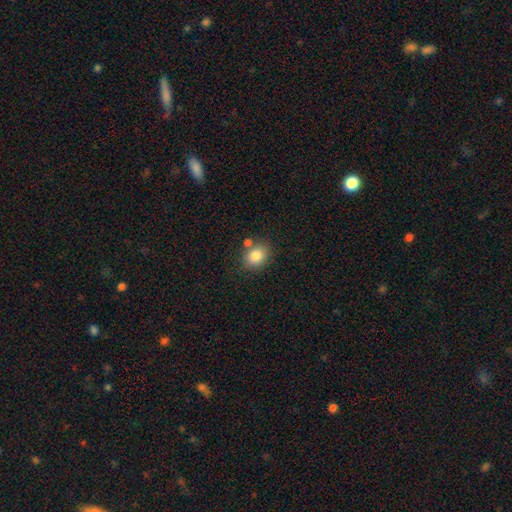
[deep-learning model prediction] This appears to be a smooth galaxy with no disk features (83%) that is in between round and cigar-shaped (52%). Merging: none (70%).